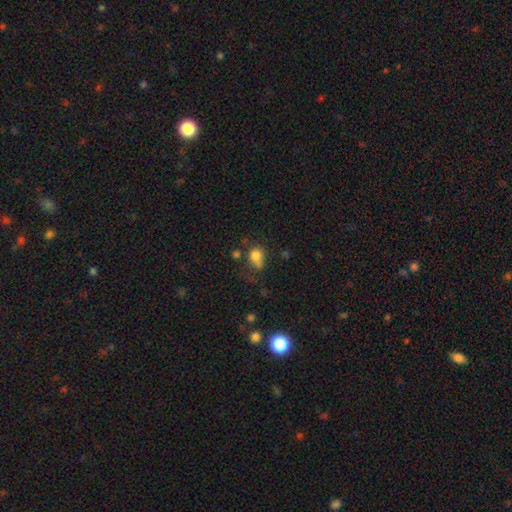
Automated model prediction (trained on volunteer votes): Smooth or featured? smooth (78%)
How rounded? round (57%)
Merging? none (41%)